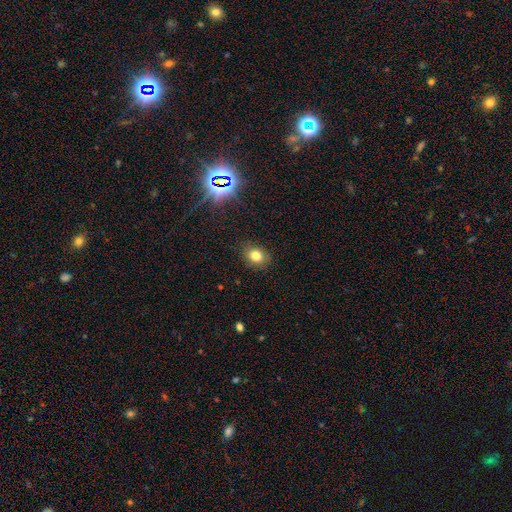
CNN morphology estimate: Q: Smooth or featured?
A: smooth (78%); runner-up: star or artifact (14%)
Q: How rounded?
A: round (54%); runner-up: in between (45%)
Q: Merging?
A: none (86%); runner-up: minor disturbance (10%)